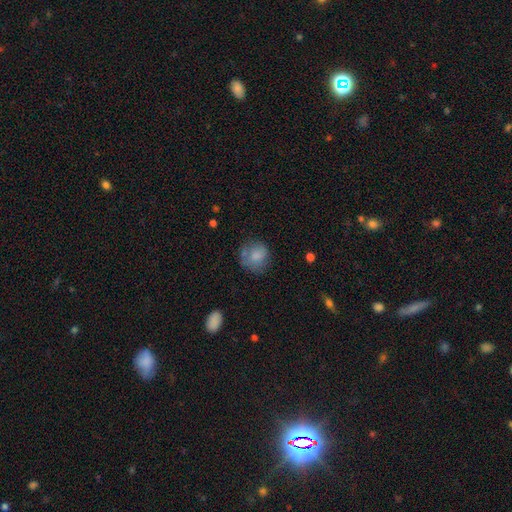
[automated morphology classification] smooth_or_featured: smooth (p=0.76) [alt: featured or disk p=0.16]
how_rounded: round (p=0.81) [alt: in between p=0.18]
merging: none (p=0.60) [alt: minor disturbance p=0.24]